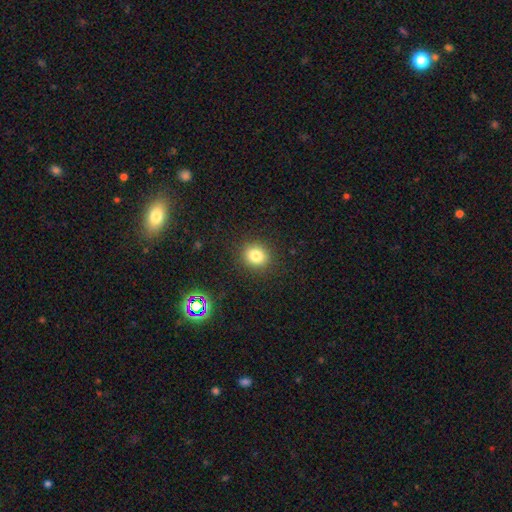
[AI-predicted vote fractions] smooth-or-featured: smooth: 81% | star or artifact: 13% | featured or disk: 6%
  how-rounded: round: 80% | in between: 19% | cigar-shaped: 1%
  merging: none: 89% | minor disturbance: 7% | major disturbance: 3% | merger: 1%